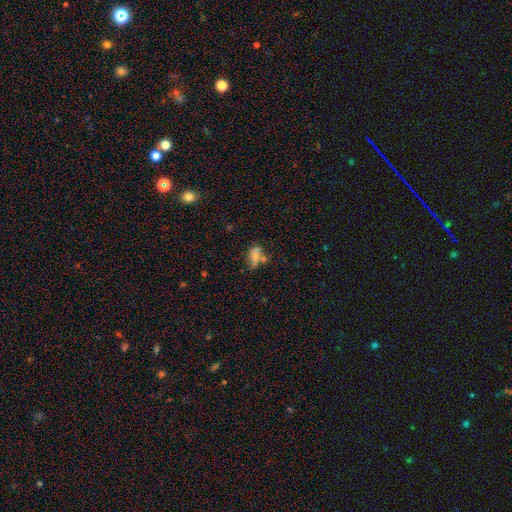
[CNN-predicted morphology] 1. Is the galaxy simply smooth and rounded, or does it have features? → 69% smooth, 17% featured or disk, 13% star or artifact.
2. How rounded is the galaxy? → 76% in between, 17% cigar-shaped, 7% round.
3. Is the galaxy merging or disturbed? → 44% none, 23% minor disturbance, 22% merger, 11% major disturbance.